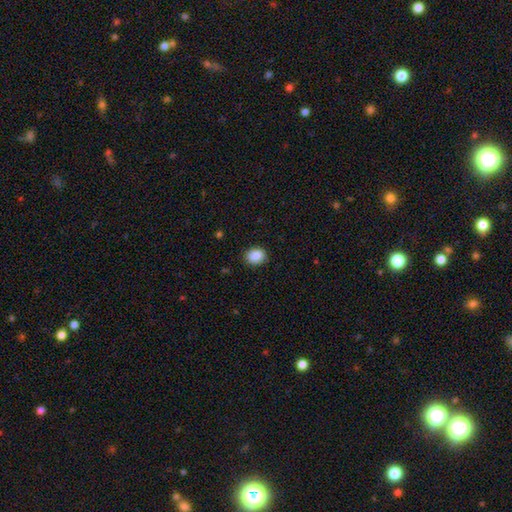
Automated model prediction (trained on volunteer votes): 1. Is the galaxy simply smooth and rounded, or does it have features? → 88% smooth, 8% star or artifact, 4% featured or disk.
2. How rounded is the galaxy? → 53% round, 47% in between, 1% cigar-shaped.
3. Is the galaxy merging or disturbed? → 89% none, 8% minor disturbance, 2% major disturbance, 1% merger.